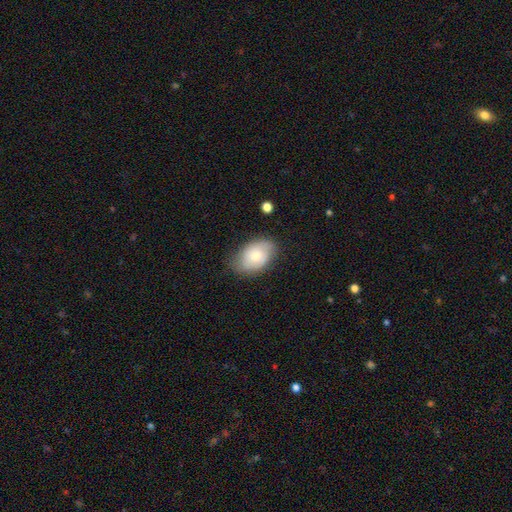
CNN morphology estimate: A smooth galaxy with no disk features (65%) that is in between round and cigar-shaped (84%). Merging: none (72%).